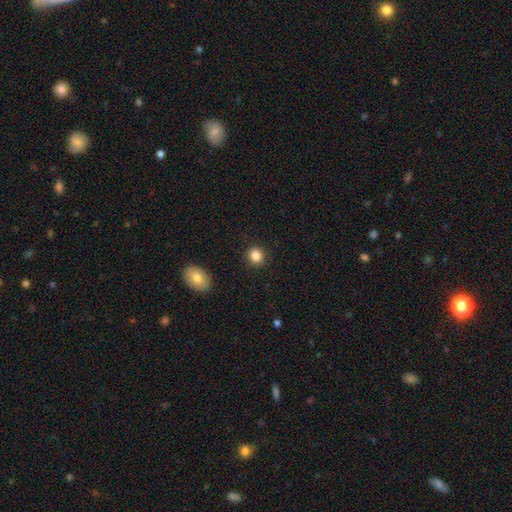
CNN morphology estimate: Smooth or featured: smooth — 85% (star or artifact — 10%)
How rounded: round — 83% (in between — 16%)
Merging: none — 91% (minor disturbance — 6%)